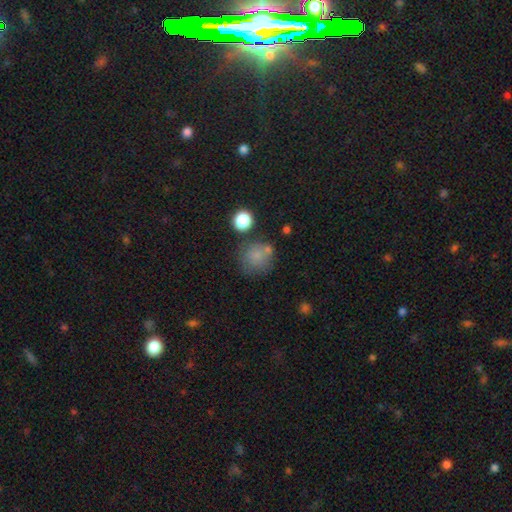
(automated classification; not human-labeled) This appears to be a smooth galaxy with no disk features (78%) that is round (86%). Merging: none (60%).